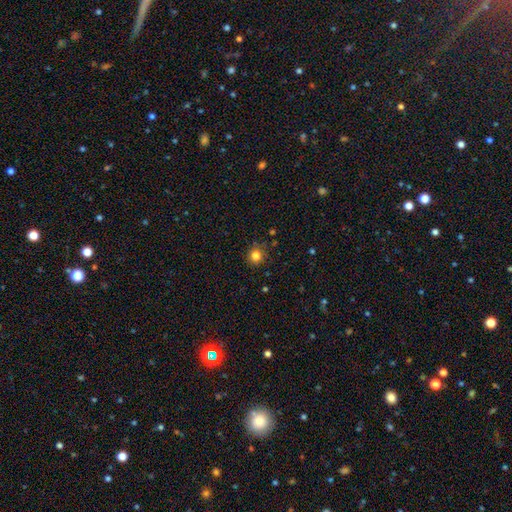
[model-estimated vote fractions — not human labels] Smooth or featured? Predicted: smooth (p=0.82). How rounded? Predicted: round (p=0.91). Merging? Predicted: none (p=0.85).